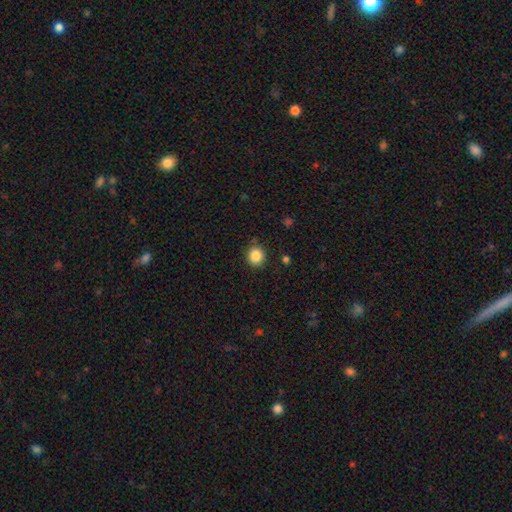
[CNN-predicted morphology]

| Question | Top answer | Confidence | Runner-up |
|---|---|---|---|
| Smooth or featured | smooth | 86% | star or artifact (10%) |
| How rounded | round | 86% | in between (13%) |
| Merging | none | 88% | minor disturbance (8%) |